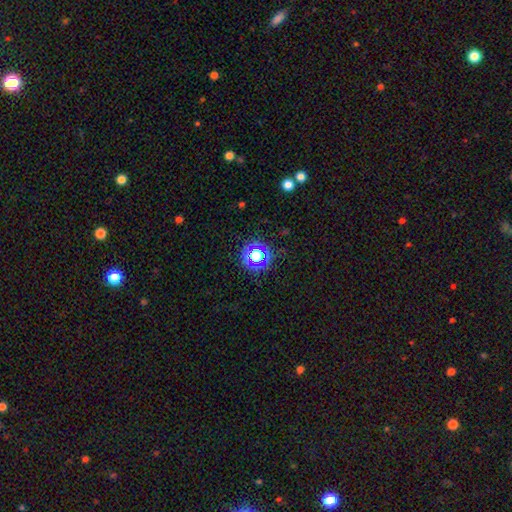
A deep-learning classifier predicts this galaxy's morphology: This is likely a star or artifact rather than a galaxy (63%).